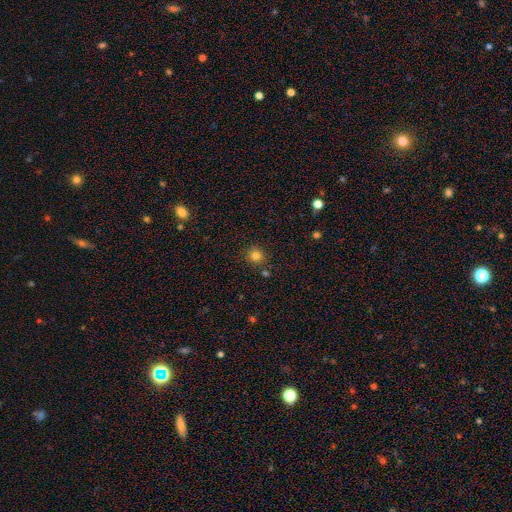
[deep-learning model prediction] A smooth galaxy with no disk features (81%) that is round (90%). Merging: none (84%).